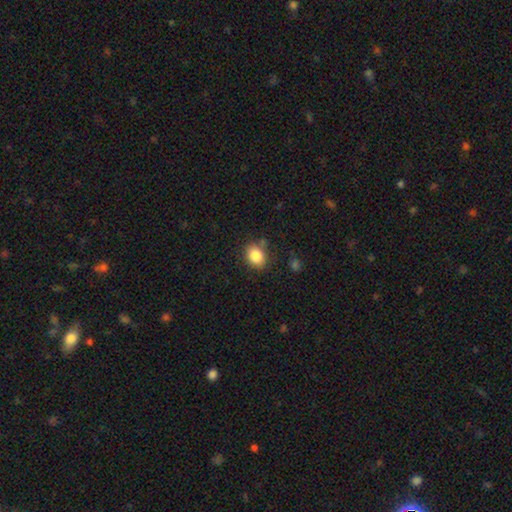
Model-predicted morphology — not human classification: Q: Smooth or featured?
A: smooth (86%); runner-up: star or artifact (9%)
Q: How rounded?
A: in between (58%); runner-up: round (41%)
Q: Merging?
A: none (80%); runner-up: minor disturbance (13%)